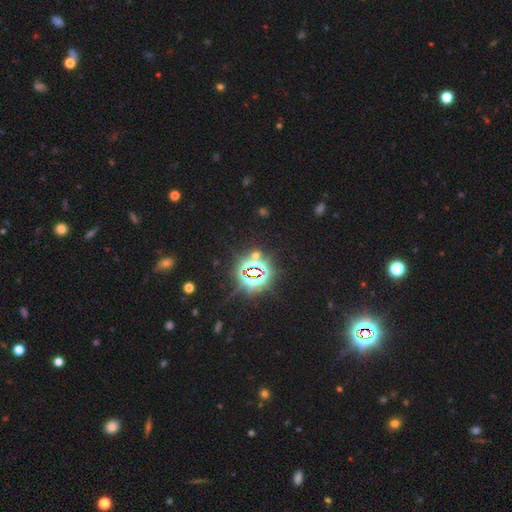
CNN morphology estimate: smooth_or_featured: star or artifact (p=0.82) [alt: smooth p=0.11]